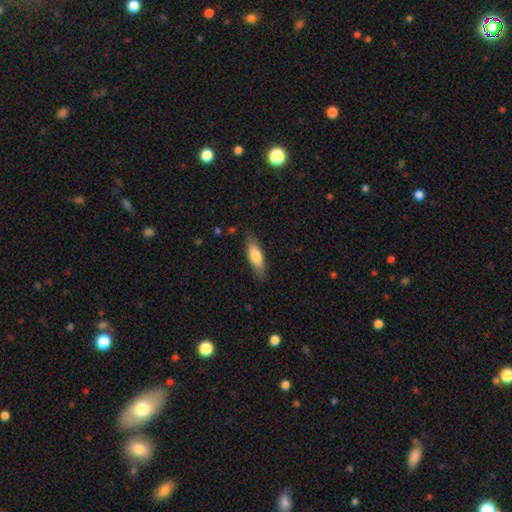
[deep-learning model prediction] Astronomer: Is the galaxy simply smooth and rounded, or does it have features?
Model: smooth — 73%.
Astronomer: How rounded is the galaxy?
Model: in between — 55% (runner-up: cigar-shaped, 43%).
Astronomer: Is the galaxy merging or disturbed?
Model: none — 81%.